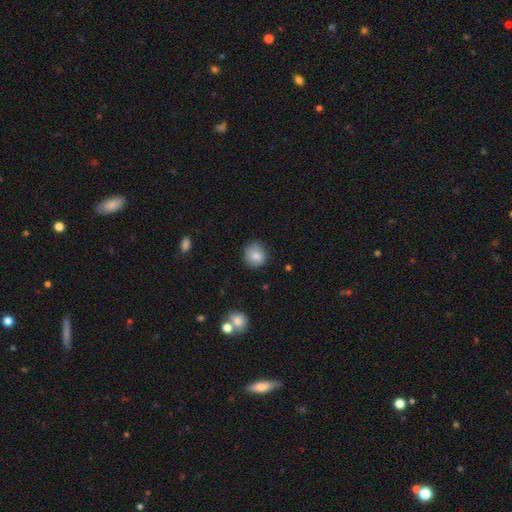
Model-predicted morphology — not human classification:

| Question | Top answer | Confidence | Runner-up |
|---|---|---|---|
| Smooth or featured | smooth | 81% | featured or disk (10%) |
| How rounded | round | 86% | in between (13%) |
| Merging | none | 79% | minor disturbance (16%) |